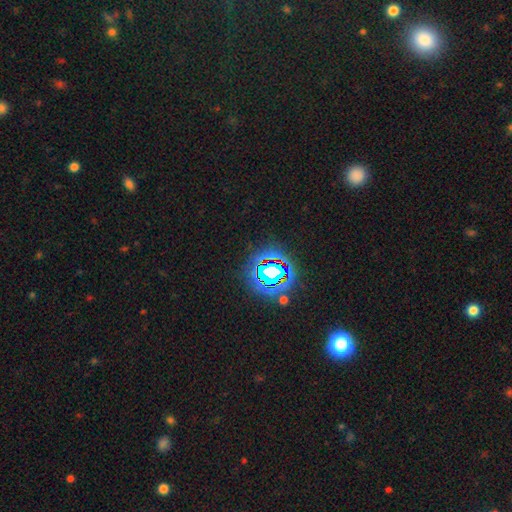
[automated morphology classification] A star or artifact, not a galaxy (81%).